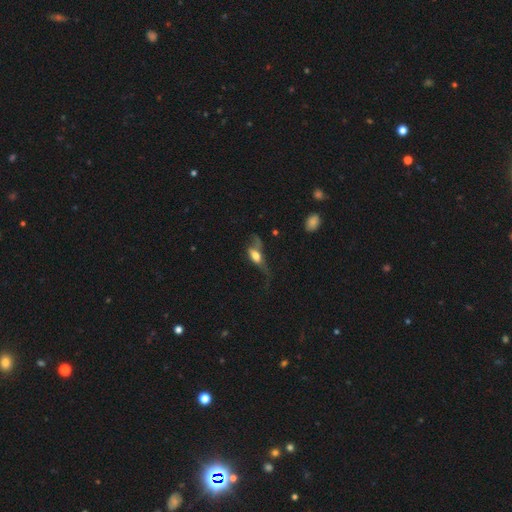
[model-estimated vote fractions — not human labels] A smooth galaxy with no disk features (46%). Merging: major disturbance (52%).